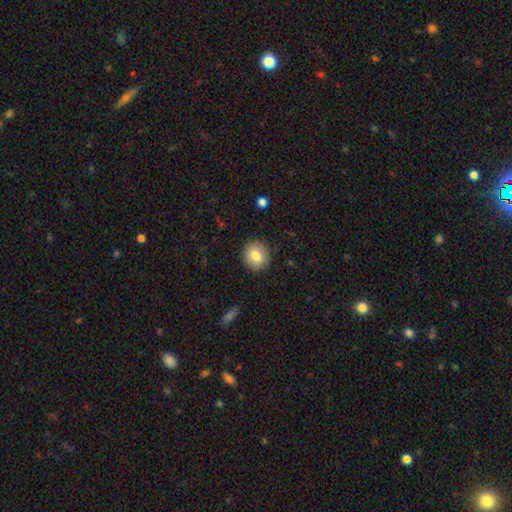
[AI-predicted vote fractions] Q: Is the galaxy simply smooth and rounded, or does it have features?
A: smooth — 82%.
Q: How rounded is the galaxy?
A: round — 87%.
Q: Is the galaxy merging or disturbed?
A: none — 90%.